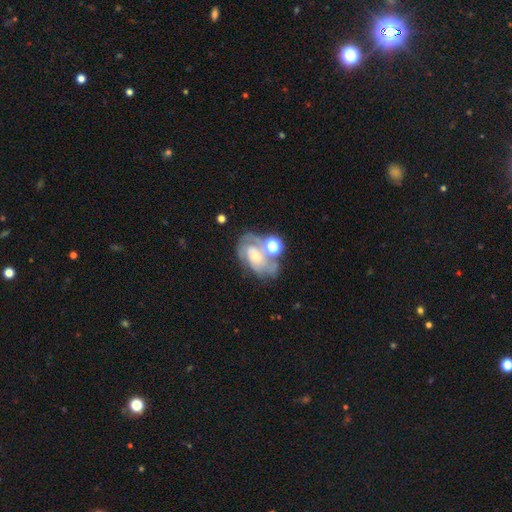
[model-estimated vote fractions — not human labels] smooth-or-featured: featured or disk: 64% | smooth: 22% | star or artifact: 14%
  disk-edge-on: no: 96% | yes: 4%
    bar: no: 63% | weak: 28% | strong: 9%
    has-spiral-arms: yes: 75% | no: 25%
    bulge-size: small: 43% | moderate: 39% | none: 8% | large: 8% | dominant: 2%
  merging: none: 42% | merger: 29% | minor disturbance: 16% | major disturbance: 13%